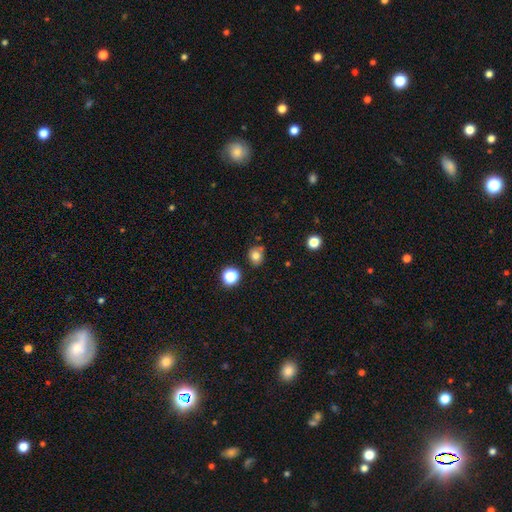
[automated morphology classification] smooth_or_featured: smooth (p=0.78) [alt: star or artifact p=0.14]
how_rounded: round (p=0.73) [alt: in between p=0.26]
merging: none (p=0.73) [alt: minor disturbance p=0.18]